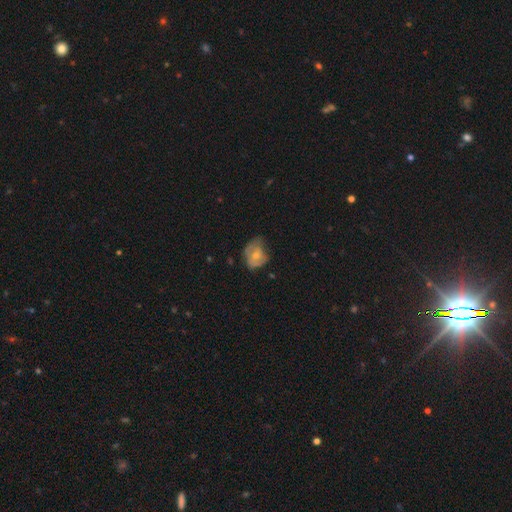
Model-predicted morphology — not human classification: This is possibly a smooth galaxy (57%). How rounded: possibly in between (54%). Merging: marginally minor disturbance (39%).